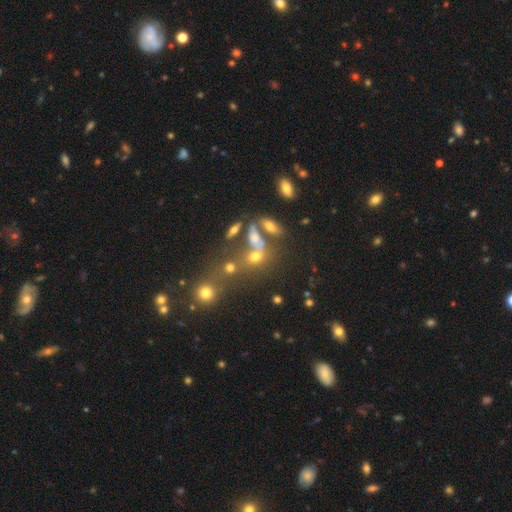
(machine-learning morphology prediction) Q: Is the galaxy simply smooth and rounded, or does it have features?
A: smooth — 53%.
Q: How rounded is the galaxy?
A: in between — 51%.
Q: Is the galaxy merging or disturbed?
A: merger — 40%.